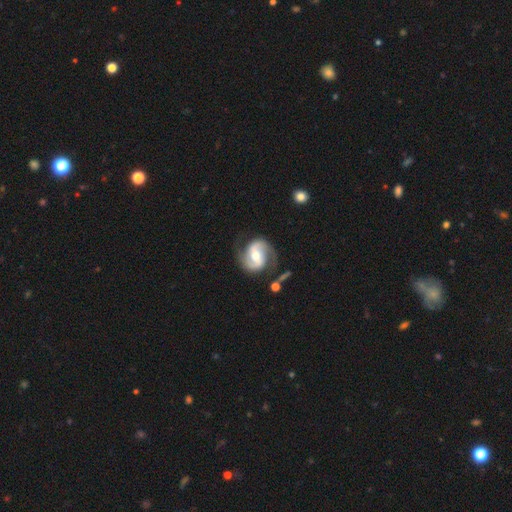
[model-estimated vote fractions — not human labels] Smooth or featured? featured or disk (87%)
Edge-on disk? no (98%)
Bar? weak (41%)
Spiral arms? yes (96%)
Spiral winding? medium (52%)
Spiral arm count? 2 (92%)
Bulge size? moderate (67%)
Merging? none (74%)